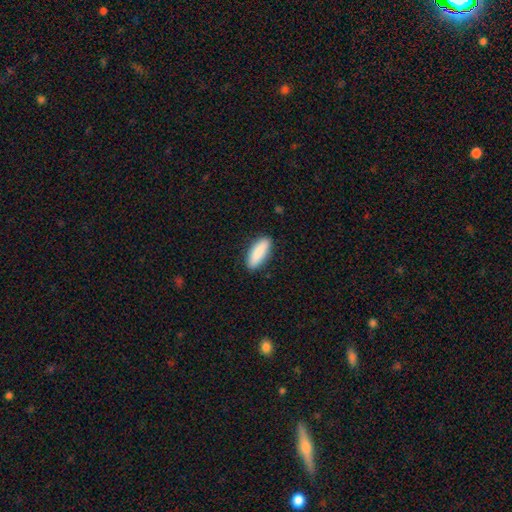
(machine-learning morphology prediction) This is clearly a smooth galaxy (88%). How rounded: possibly in between (59%). Merging: clearly none (88%).